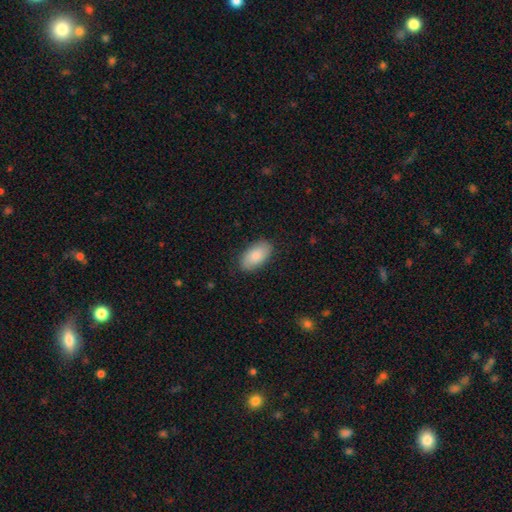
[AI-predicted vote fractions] This appears to be a smooth galaxy with no disk features (83%) that is in between round and cigar-shaped (95%). Merging: none (84%).